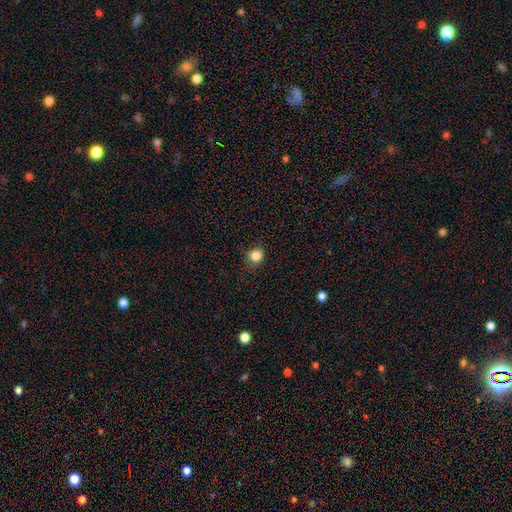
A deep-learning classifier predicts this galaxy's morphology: Smooth or featured?
  - smooth: 84% *
  - star or artifact: 12%
  - featured or disk: 4%
How rounded?
  - round: 86% *
  - in between: 13%
  - cigar-shaped: 1%
Merging?
  - none: 84% *
  - minor disturbance: 12%
  - major disturbance: 3%
  - merger: 1%